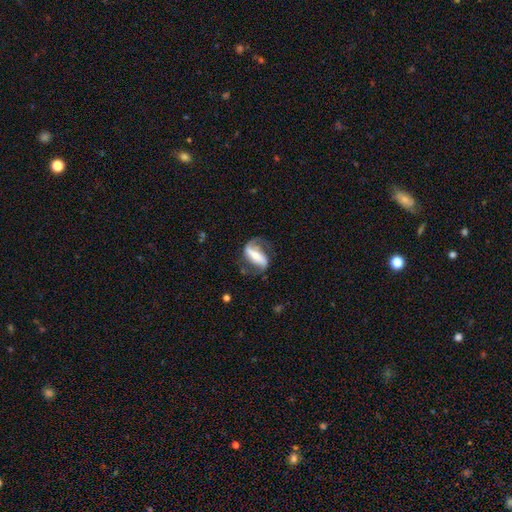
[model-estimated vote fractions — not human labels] This appears to be a featured or disk galaxy (78%) with a strong bar (63%), 2 (79%) loose (53%) spiral arms (90%) and a moderate central bulge (42%). Merging: none (59%).